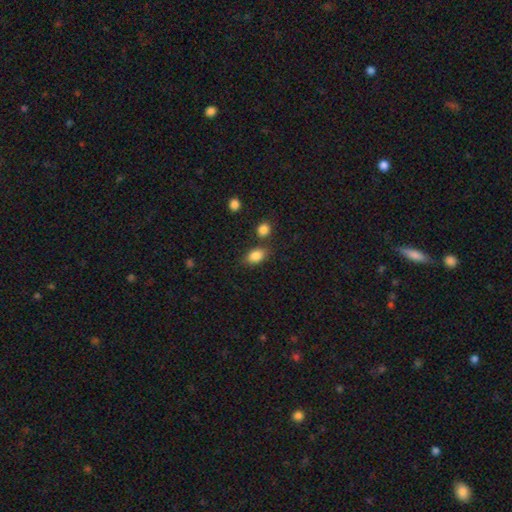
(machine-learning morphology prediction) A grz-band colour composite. It shows a smooth galaxy with no disk features (85%) that is in between round and cigar-shaped (84%). Merging: none (74%).